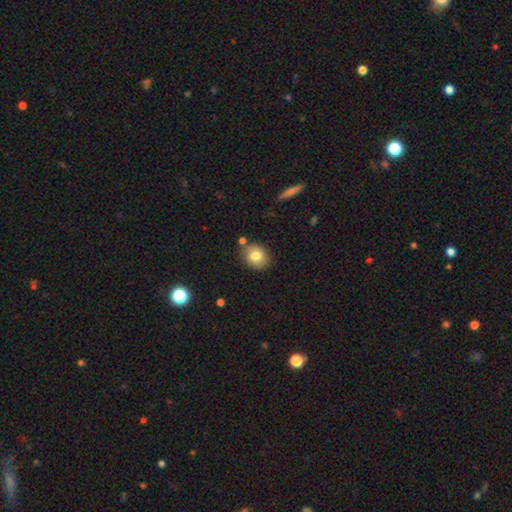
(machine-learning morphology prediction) smooth-or-featured: smooth: 79% | featured or disk: 11% | star or artifact: 10%
  how-rounded: round: 57% | in between: 42% | cigar-shaped: 1%
  merging: none: 78% | minor disturbance: 12% | merger: 7% | major disturbance: 3%